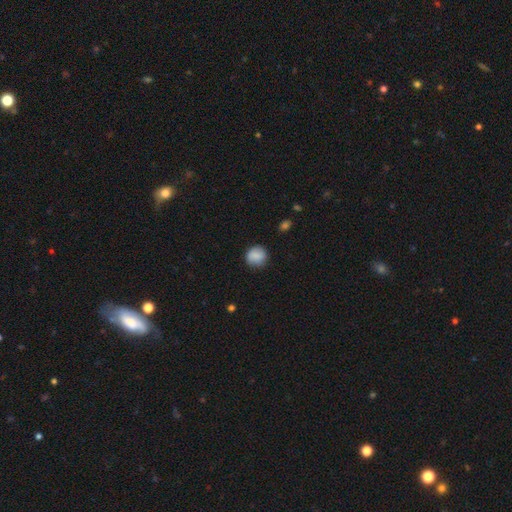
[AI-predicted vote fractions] Morphology: type=smooth (85%); roundness=round (86%); merging=none (82%).